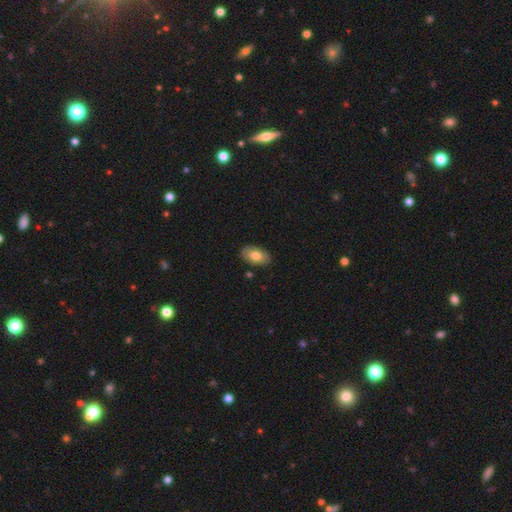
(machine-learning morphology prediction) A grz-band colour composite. It shows a smooth galaxy with no disk features (76%) that is in between round and cigar-shaped (93%). Merging: none (86%).